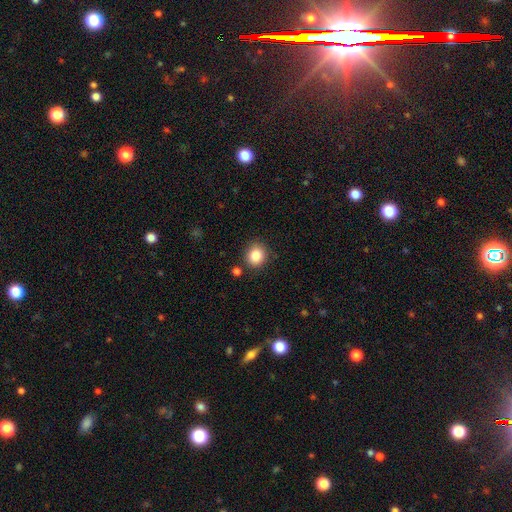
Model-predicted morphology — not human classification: smooth-or-featured: smooth: 86% | star or artifact: 10% | featured or disk: 5%
  how-rounded: round: 79% | in between: 21% | cigar-shaped: 1%
  merging: none: 85% | minor disturbance: 9% | merger: 4% | major disturbance: 3%